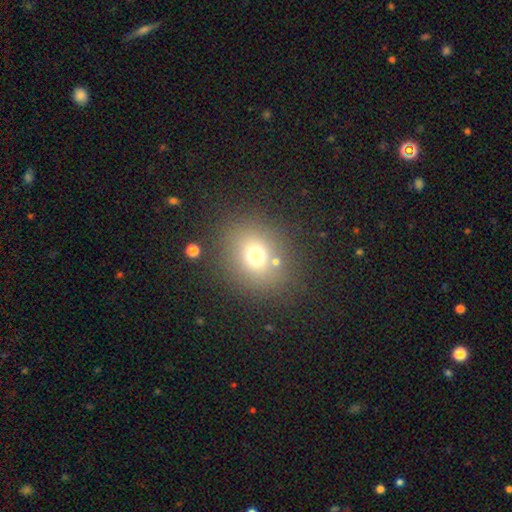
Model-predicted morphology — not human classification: A smooth galaxy with no disk features (69%) that is round (72%). Merging: none (79%).